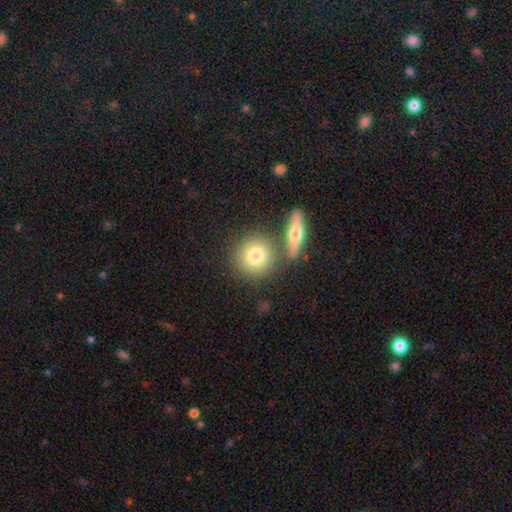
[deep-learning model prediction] Smooth or featured?
  - smooth: 77% *
  - featured or disk: 15%
  - star or artifact: 8%
How rounded?
  - round: 88% *
  - in between: 10%
  - cigar-shaped: 2%
Merging?
  - none: 71% *
  - merger: 17%
  - minor disturbance: 8%
  - major disturbance: 3%